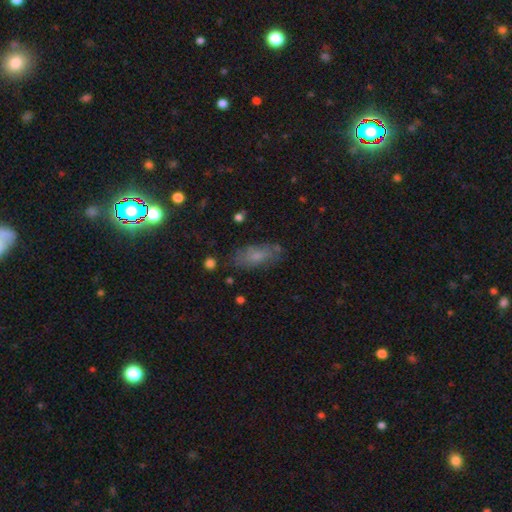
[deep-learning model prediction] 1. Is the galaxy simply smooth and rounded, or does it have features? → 68% smooth, 22% featured or disk, 10% star or artifact.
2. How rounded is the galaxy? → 78% in between, 19% cigar-shaped, 3% round.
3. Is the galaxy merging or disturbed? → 73% none, 18% minor disturbance, 5% major disturbance, 3% merger.